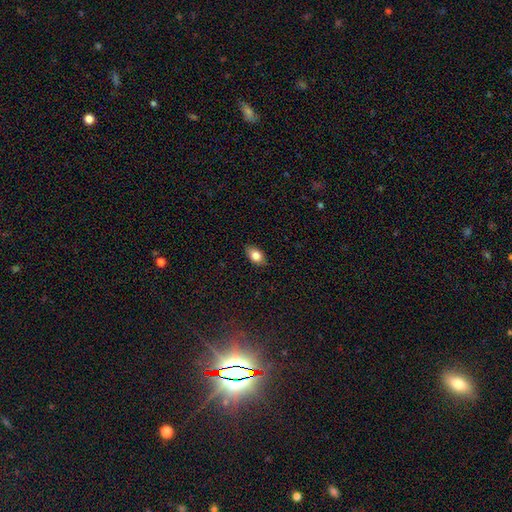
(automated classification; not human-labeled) smooth_or_featured: smooth (p=0.81) [alt: featured or disk p=0.11]
how_rounded: in between (p=0.87) [alt: round p=0.10]
merging: none (p=0.85) [alt: minor disturbance p=0.12]